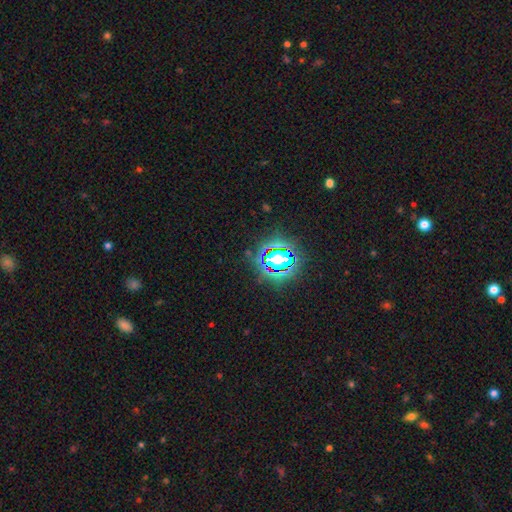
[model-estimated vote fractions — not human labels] Smooth or featured: star or artifact — 81% (smooth — 12%)